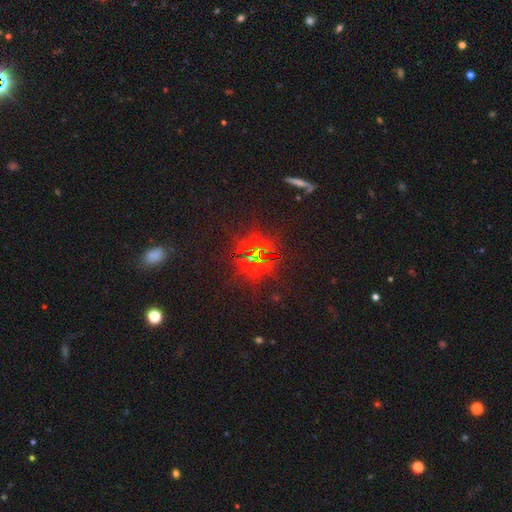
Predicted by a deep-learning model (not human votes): This is likely a star or artifact rather than a galaxy (79%).